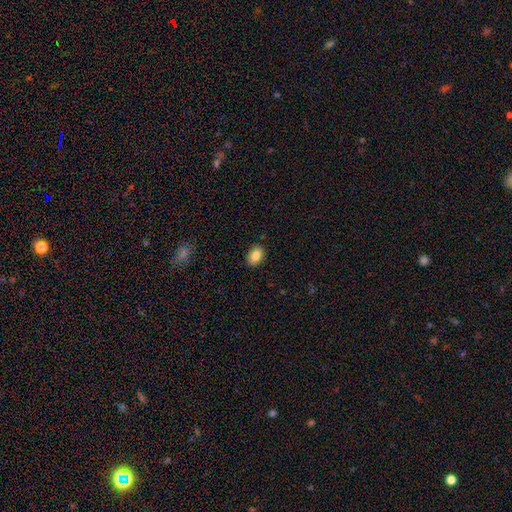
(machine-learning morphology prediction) Q: Smooth or featured?
A: smooth (85%); runner-up: star or artifact (8%)
Q: How rounded?
A: in between (80%); runner-up: round (19%)
Q: Merging?
A: none (89%); runner-up: minor disturbance (8%)